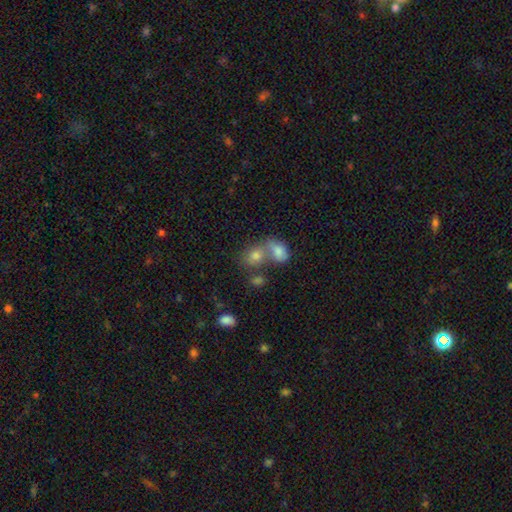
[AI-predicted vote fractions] Morphology: type=smooth (76%); roundness=in between (56%); merging=merger (56%).